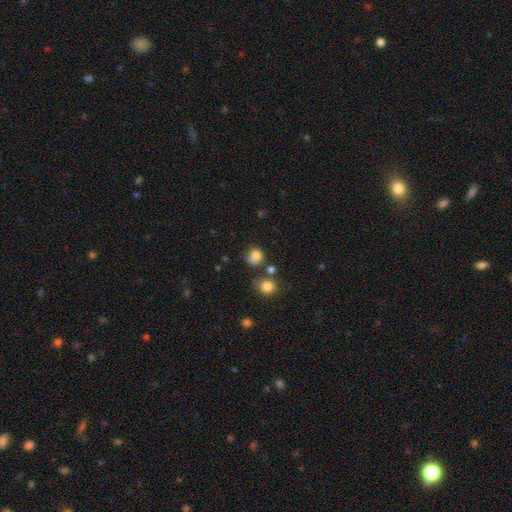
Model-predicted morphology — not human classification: Smooth or featured? smooth (78%)
How rounded? round (76%)
Merging? none (51%)